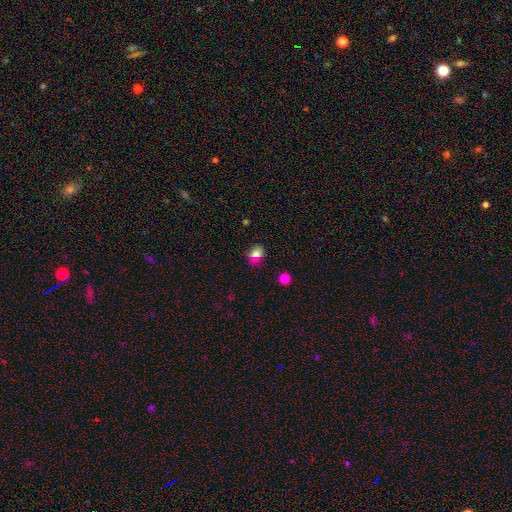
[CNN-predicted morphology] smooth_or_featured: smooth (p=0.76) [alt: star or artifact p=0.13]
how_rounded: in between (p=0.53) [alt: round p=0.46]
merging: none (p=0.80) [alt: minor disturbance p=0.14]